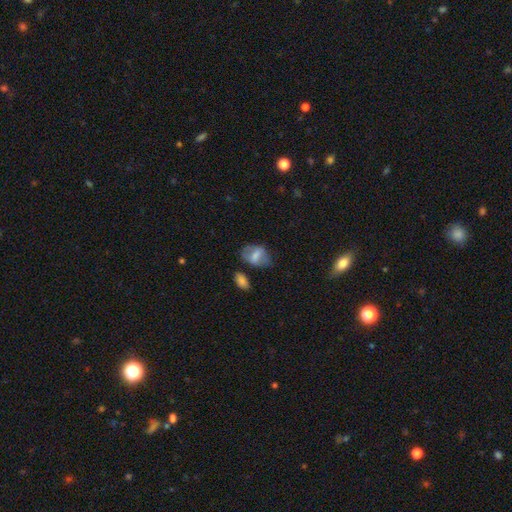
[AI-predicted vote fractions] smooth 60%, featured or disk 31%, star or artifact 8%. Down the decision tree: how rounded — in between (82%); merging — none (57%).